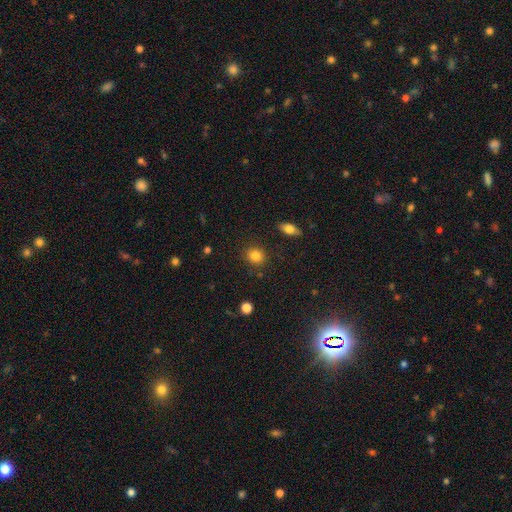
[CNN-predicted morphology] smooth_or_featured: smooth (p=0.84) [alt: star or artifact p=0.10]
how_rounded: round (p=0.75) [alt: in between p=0.23]
merging: none (p=0.87) [alt: minor disturbance p=0.08]